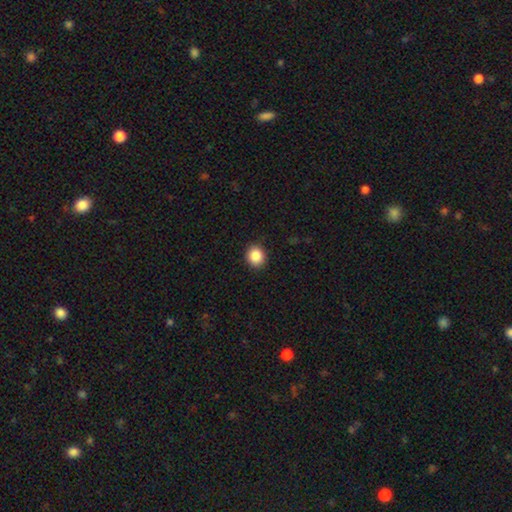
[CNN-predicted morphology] This is clearly a smooth galaxy (87%). How rounded: likely round (78%). Merging: clearly none (91%).